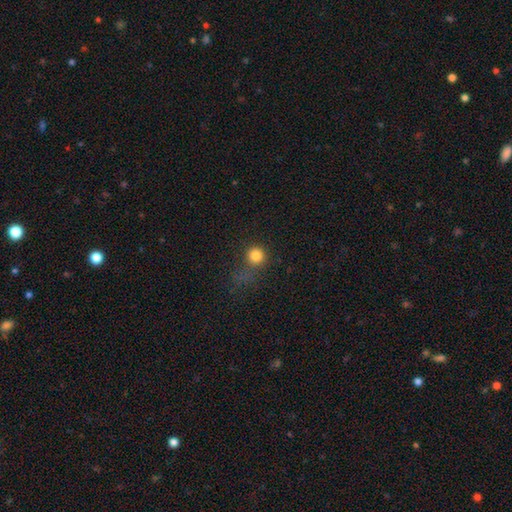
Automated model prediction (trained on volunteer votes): The model was most divided on "merging": none: 65%, minor disturbance: 16%, major disturbance: 14%, merger: 5%. More confident: how rounded — round (93%); smooth or featured — smooth (81%).